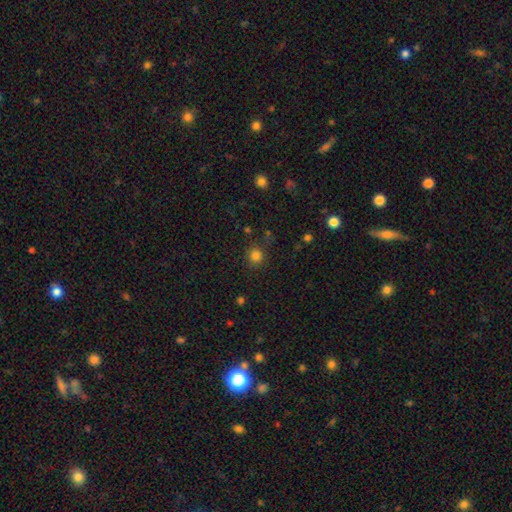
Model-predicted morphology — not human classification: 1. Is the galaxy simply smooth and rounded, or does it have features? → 80% smooth, 16% star or artifact, 4% featured or disk.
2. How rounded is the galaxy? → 89% round, 10% in between, 1% cigar-shaped.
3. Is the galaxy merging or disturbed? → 82% none, 11% minor disturbance, 4% major disturbance, 3% merger.